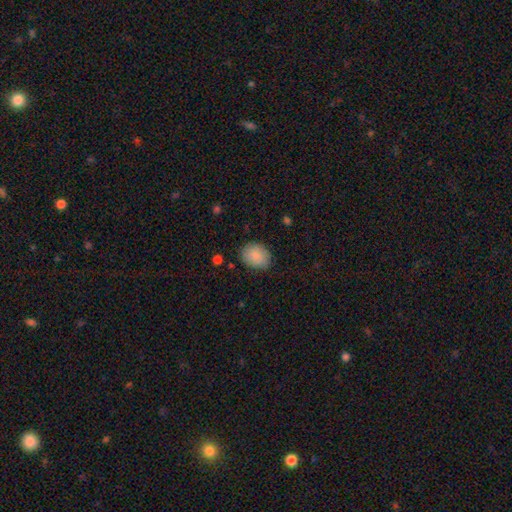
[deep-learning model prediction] smooth-or-featured: smooth: 87% | star or artifact: 7% | featured or disk: 6%
  how-rounded: in between: 57% | round: 42% | cigar-shaped: 1%
  merging: none: 82% | minor disturbance: 14% | major disturbance: 3% | merger: 1%